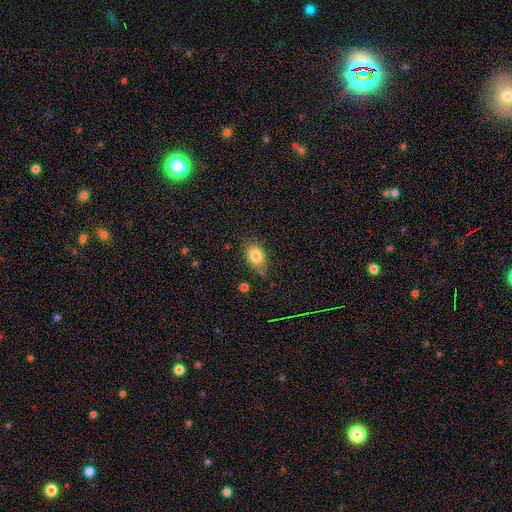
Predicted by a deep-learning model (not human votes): smooth-or-featured: smooth: 83% | star or artifact: 9% | featured or disk: 8%
  how-rounded: in between: 77% | round: 22% | cigar-shaped: 1%
  merging: none: 78% | minor disturbance: 15% | major disturbance: 4% | merger: 3%